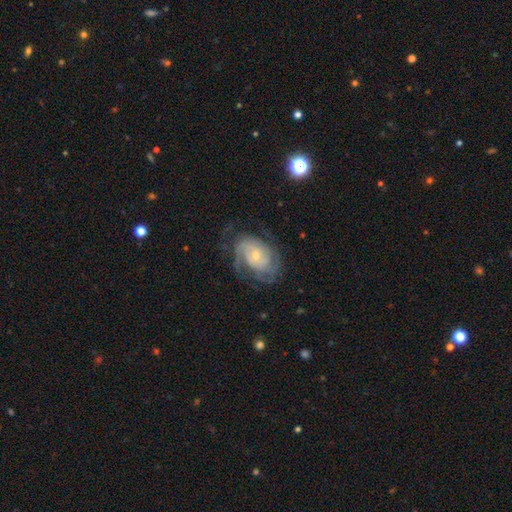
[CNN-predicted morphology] This is clearly a featured or disk galaxy (81%). It is clearly not viewed edge-on (97%). Bar: likely no (69%). Spiral arm pattern: clearly yes (92%). Spiral arm count: marginally can't tell (36%). Spiral winding: possibly tight (54%). Central bulge: likely small (67%). Merging: possibly none (59%).